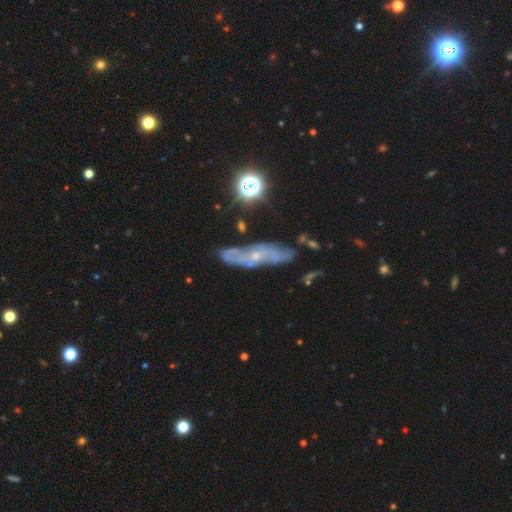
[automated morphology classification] This appears to be a featured or disk galaxy (69%). Merging: none (72%).